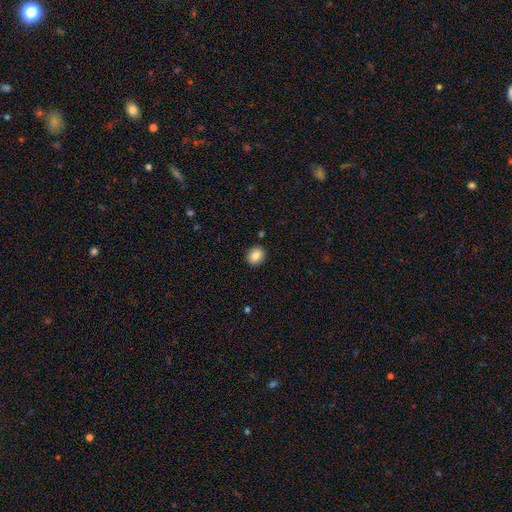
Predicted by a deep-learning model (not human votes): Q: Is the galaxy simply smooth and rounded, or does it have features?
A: smooth — 86%.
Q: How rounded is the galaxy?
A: round — 60%.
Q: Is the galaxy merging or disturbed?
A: none — 90%.